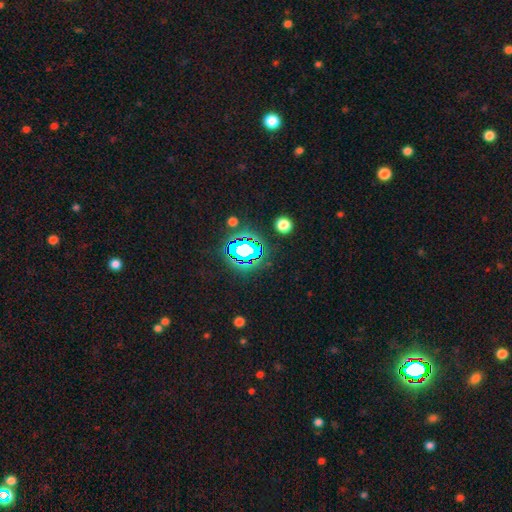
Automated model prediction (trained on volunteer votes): Smooth or featured? Predicted: star or artifact (p=0.82).